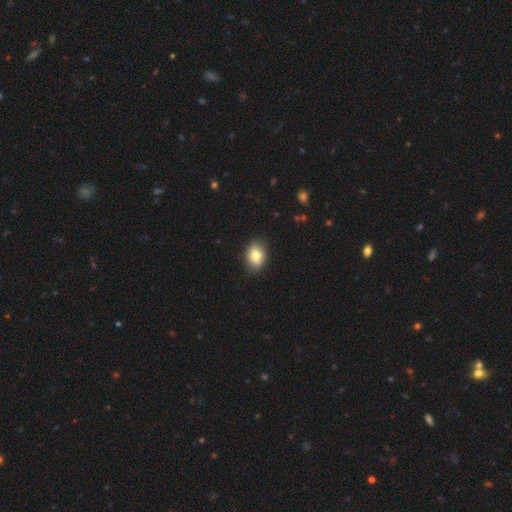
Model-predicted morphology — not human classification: Q: Smooth or featured?
A: smooth (78%); runner-up: featured or disk (14%)
Q: How rounded?
A: in between (77%); runner-up: round (22%)
Q: Merging?
A: none (85%); runner-up: minor disturbance (12%)